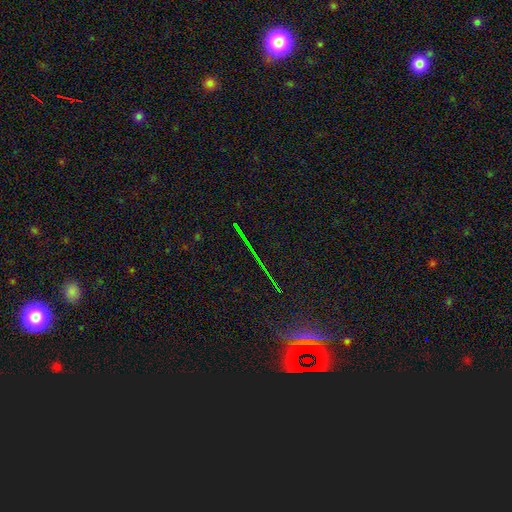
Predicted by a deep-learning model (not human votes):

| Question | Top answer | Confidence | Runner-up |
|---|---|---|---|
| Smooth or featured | star or artifact | 79% | featured or disk (11%) |